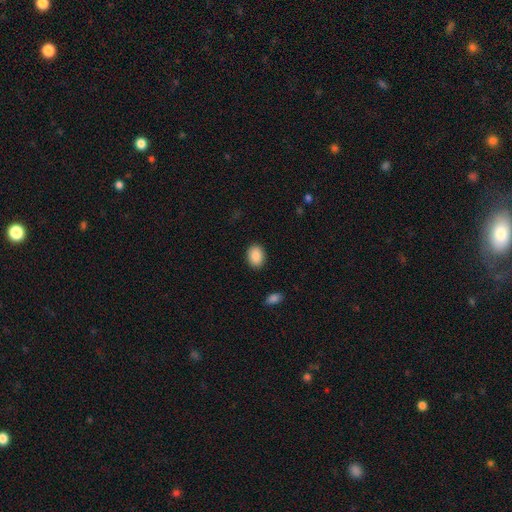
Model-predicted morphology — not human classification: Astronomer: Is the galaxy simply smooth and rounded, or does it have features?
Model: smooth — 89%.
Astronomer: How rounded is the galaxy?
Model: in between — 66%.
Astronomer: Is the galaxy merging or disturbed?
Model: none — 90%.